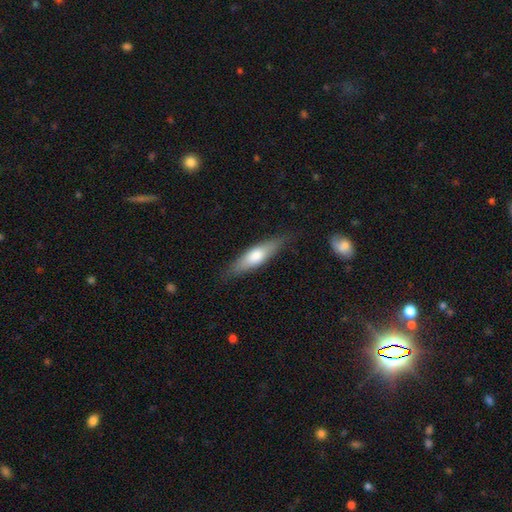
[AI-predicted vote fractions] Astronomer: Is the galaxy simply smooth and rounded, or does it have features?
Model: smooth — 57% (runner-up: featured or disk, 38%).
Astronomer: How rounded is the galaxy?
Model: cigar-shaped — 68%.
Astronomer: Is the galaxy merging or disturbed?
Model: none — 83%.